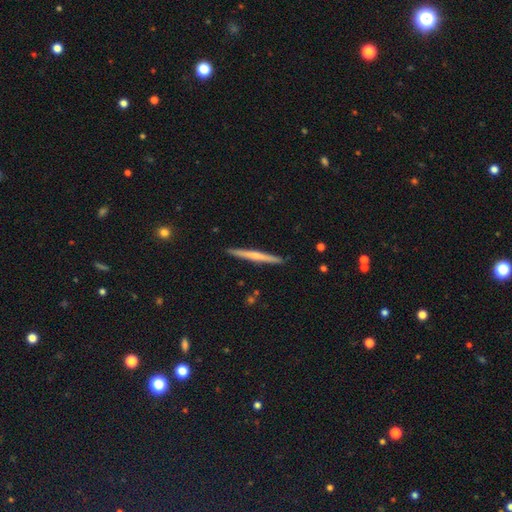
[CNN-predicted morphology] Q: Smooth or featured?
A: featured or disk (53%); runner-up: smooth (41%)
Q: Edge-on disk?
A: yes (98%); runner-up: no (2%)
Q: Edge-on bulge?
A: none (49%); runner-up: rounded (45%)
Q: Merging?
A: none (92%); runner-up: minor disturbance (6%)